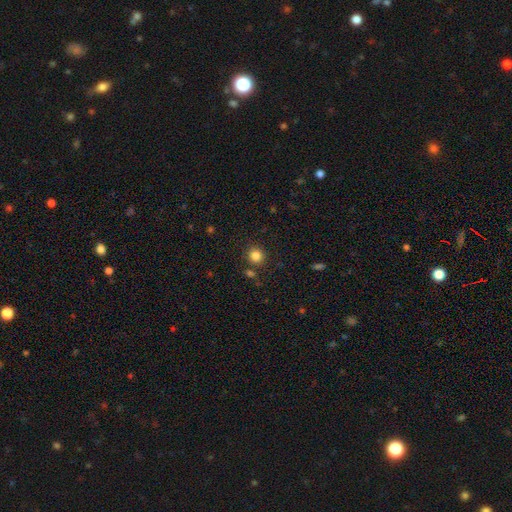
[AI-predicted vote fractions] Smooth or featured?
  - smooth: 83% *
  - star or artifact: 12%
  - featured or disk: 4%
How rounded?
  - round: 89% *
  - in between: 10%
  - cigar-shaped: 1%
Merging?
  - none: 85% *
  - minor disturbance: 8%
  - merger: 5%
  - major disturbance: 3%